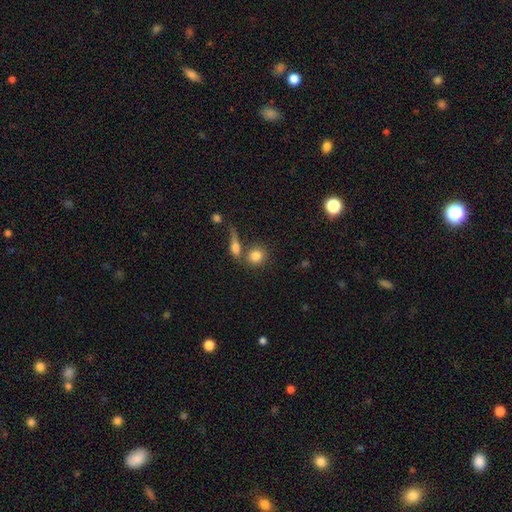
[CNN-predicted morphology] A smooth galaxy with no disk features (82%) that is round (77%). Merging: none (55%).